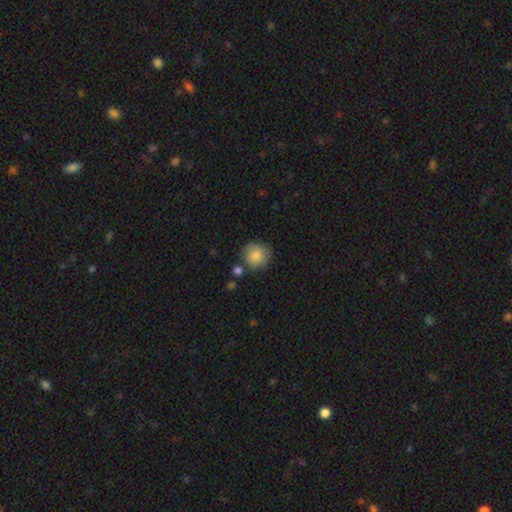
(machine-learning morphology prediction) Smooth or featured? smooth (84%)
How rounded? round (90%)
Merging? none (76%)